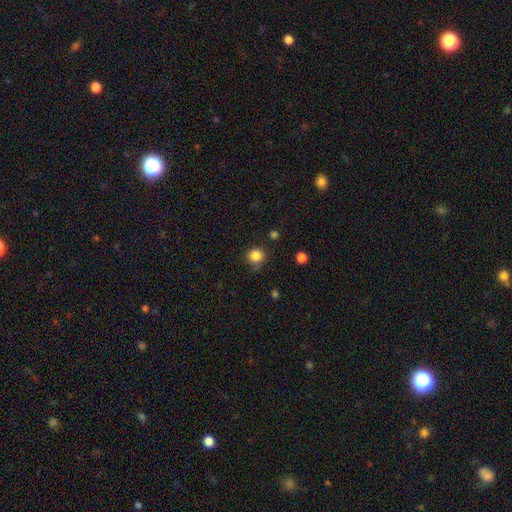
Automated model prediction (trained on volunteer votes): A smooth galaxy with no disk features (84%) that is round (88%).

Vote fractions:
- Smooth or featured? smooth: 84% / star or artifact: 12% / featured or disk: 4%
- How rounded? round: 88% / in between: 11% / cigar-shaped: 1%
- Merging? none: 76% / minor disturbance: 17% / major disturbance: 4% / merger: 3%